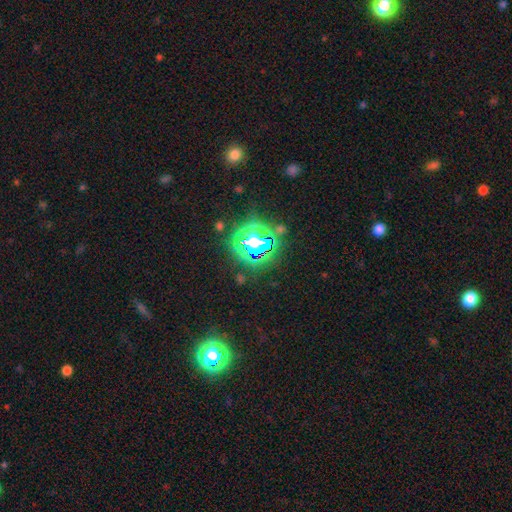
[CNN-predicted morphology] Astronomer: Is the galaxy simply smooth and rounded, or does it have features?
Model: star or artifact — 79%.